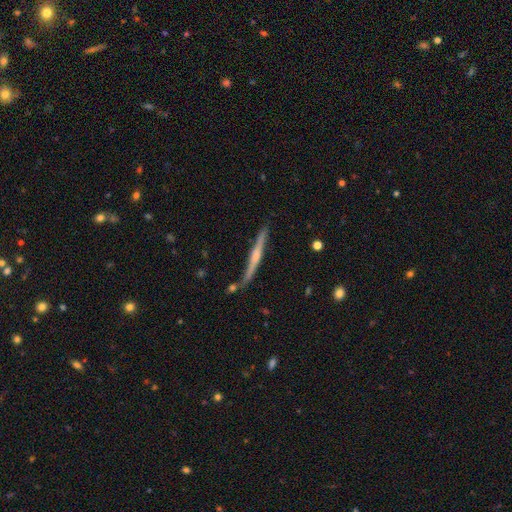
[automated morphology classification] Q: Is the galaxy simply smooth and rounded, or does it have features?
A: featured or disk — 70%.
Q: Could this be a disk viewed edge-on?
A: yes — 97%.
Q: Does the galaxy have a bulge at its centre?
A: rounded — 69%.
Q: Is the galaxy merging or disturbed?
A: none — 80%.